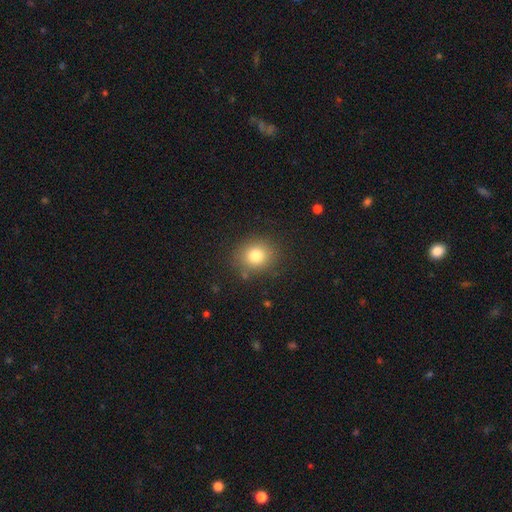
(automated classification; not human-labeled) Smooth or featured? Predicted: smooth (p=0.79). How rounded? Predicted: round (p=0.75). Merging? Predicted: none (p=0.86).